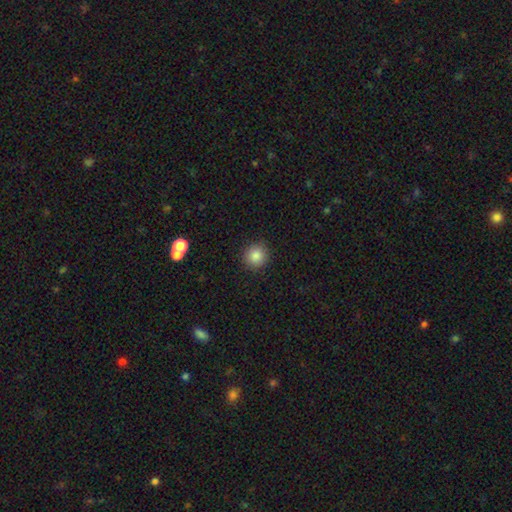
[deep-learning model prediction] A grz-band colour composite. It shows a smooth galaxy with no disk features (85%) that is round (93%). Merging: none (90%).